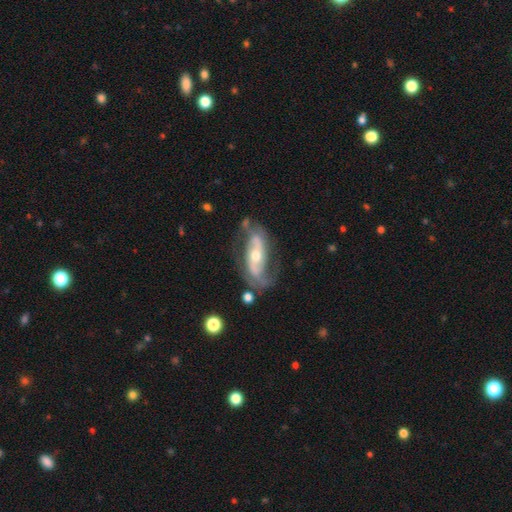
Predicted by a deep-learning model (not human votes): This is clearly a featured or disk galaxy (81%). It is clearly not viewed edge-on (90%). Bar: marginally no (43%). Spiral arm pattern: clearly yes (87%). Spiral arm count: clearly 2 (81%). Spiral winding: marginally medium (39%, tied with loose). Central bulge: likely moderate (62%). Merging: possibly none (58%).